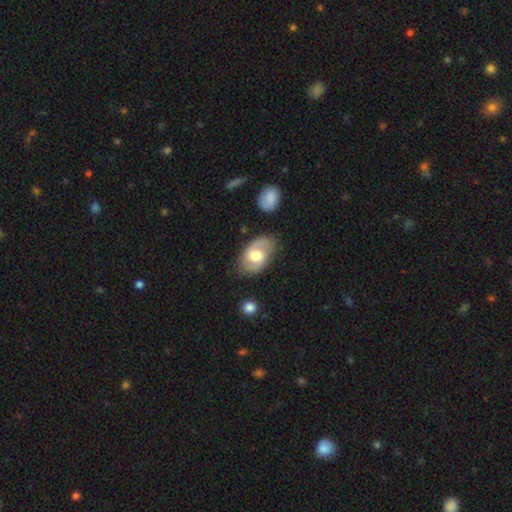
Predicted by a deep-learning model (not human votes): Smooth or featured: smooth — 48% (featured or disk — 46%)
Merging: none — 72% (minor disturbance — 20%)